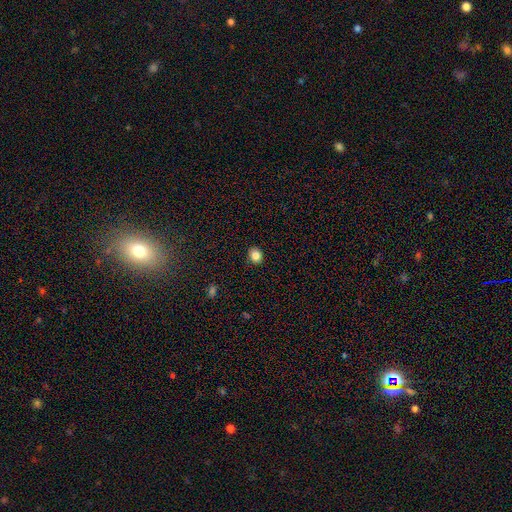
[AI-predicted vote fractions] smooth-or-featured: smooth: 82% | star or artifact: 11% | featured or disk: 7%
  how-rounded: round: 69% | in between: 30% | cigar-shaped: 1%
  merging: none: 90% | minor disturbance: 7% | major disturbance: 2% | merger: 1%